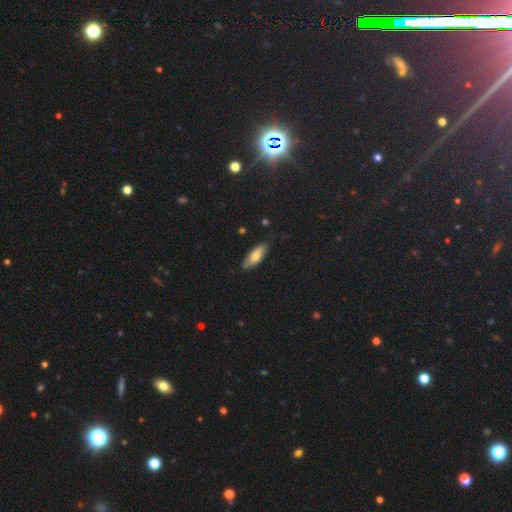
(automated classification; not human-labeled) Smooth or featured? smooth (70%)
How rounded? in between (68%)
Merging? none (81%)